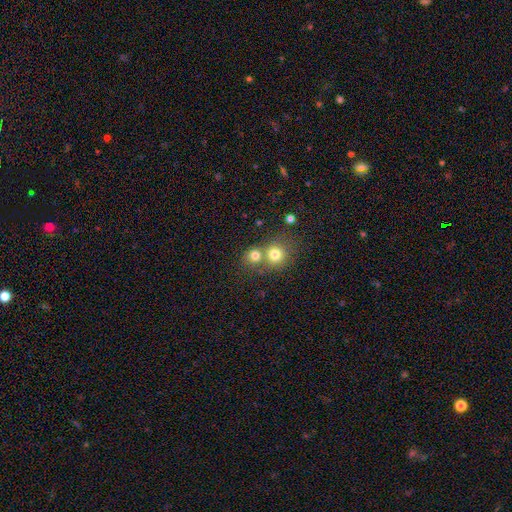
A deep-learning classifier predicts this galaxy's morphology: smooth_or_featured: smooth (p=0.74) [alt: star or artifact p=0.14]
how_rounded: round (p=0.82) [alt: in between p=0.17]
merging: merger (p=0.47) [alt: none p=0.43]